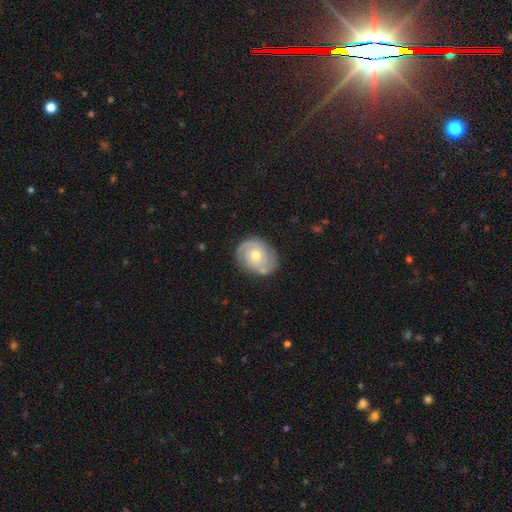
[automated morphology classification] A featured or disk galaxy (76%) with no bar (68%), 2 (83%) tight (47%) spiral arms (92%) and a moderate central bulge (62%). Merging: none (82%).